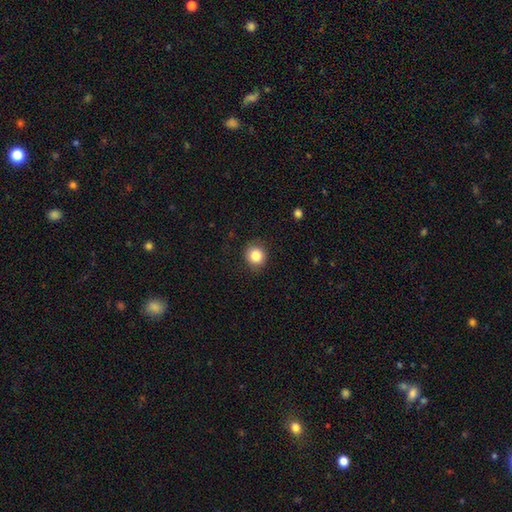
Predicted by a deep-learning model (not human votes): This appears to be a smooth galaxy with no disk features (85%) that is round (84%). Merging: none (87%).